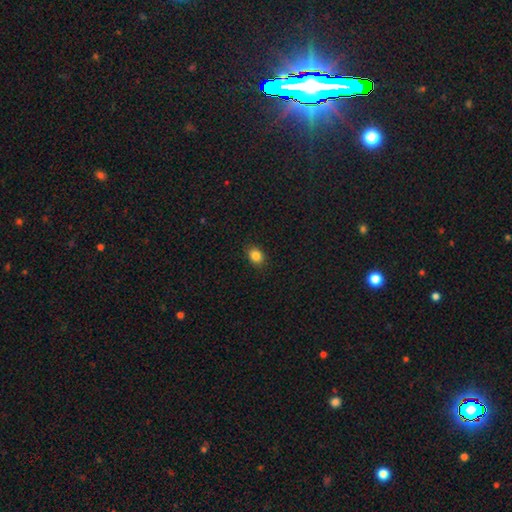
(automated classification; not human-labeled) smooth 85%, star or artifact 11%, featured or disk 4%. Down the decision tree: how rounded — in between (50%); merging — none (89%).